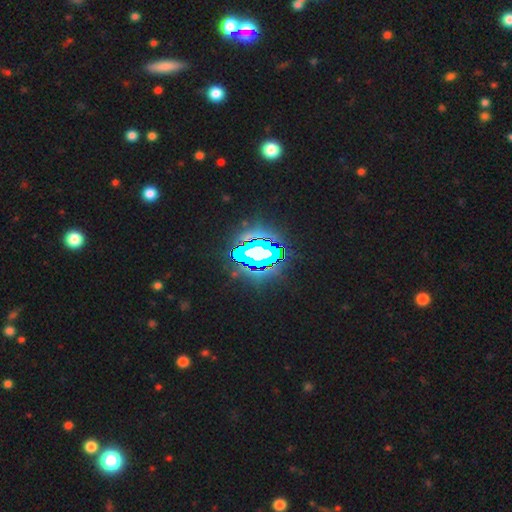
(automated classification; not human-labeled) Smooth or featured? star or artifact (74%)